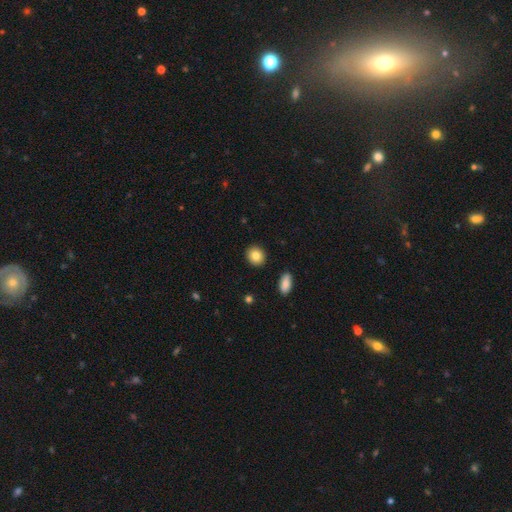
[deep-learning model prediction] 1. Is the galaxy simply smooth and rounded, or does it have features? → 84% smooth, 8% star or artifact, 8% featured or disk.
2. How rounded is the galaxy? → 76% round, 23% in between, 1% cigar-shaped.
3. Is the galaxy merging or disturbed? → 91% none, 6% minor disturbance, 2% major disturbance, 2% merger.